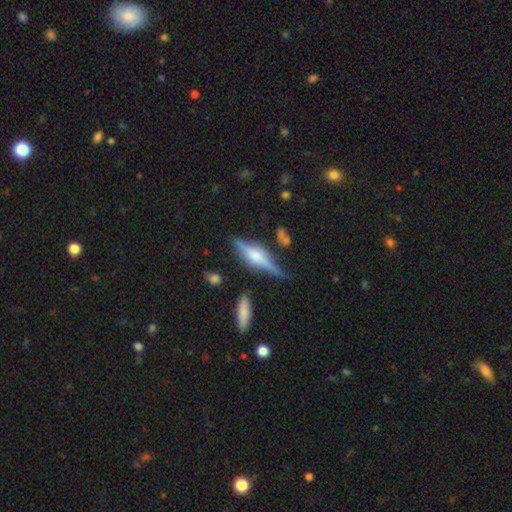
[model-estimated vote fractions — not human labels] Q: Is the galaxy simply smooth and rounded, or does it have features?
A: featured or disk — 76%.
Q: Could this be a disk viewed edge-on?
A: yes — 97%.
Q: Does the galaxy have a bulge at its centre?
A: rounded — 82%.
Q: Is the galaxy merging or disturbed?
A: none — 78%.